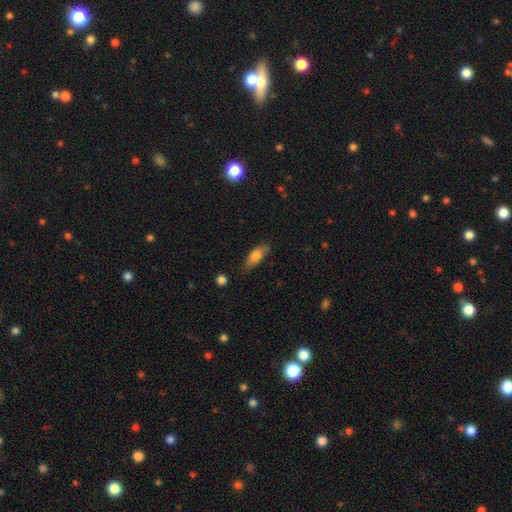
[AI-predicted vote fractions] smooth-or-featured: smooth: 72% | featured or disk: 21% | star or artifact: 7%
  how-rounded: in between: 68% | cigar-shaped: 30% | round: 3%
  merging: none: 67% | minor disturbance: 25% | major disturbance: 5% | merger: 3%